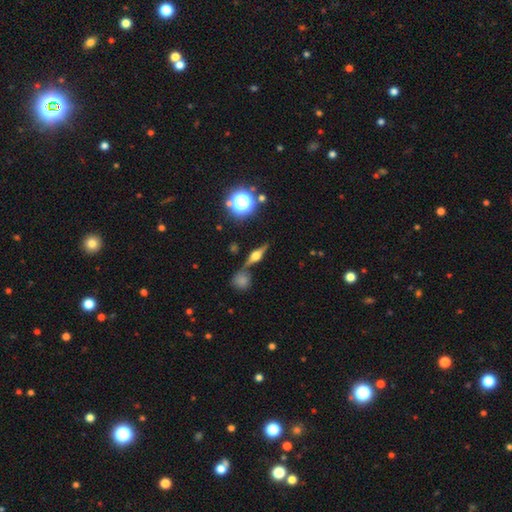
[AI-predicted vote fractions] The model was most divided on "smooth or featured": featured or disk: 70%, smooth: 19%, star or artifact: 10%. More confident: edge-on bulge — rounded (95%); edge-on disk — yes (93%); merging — none (76%).